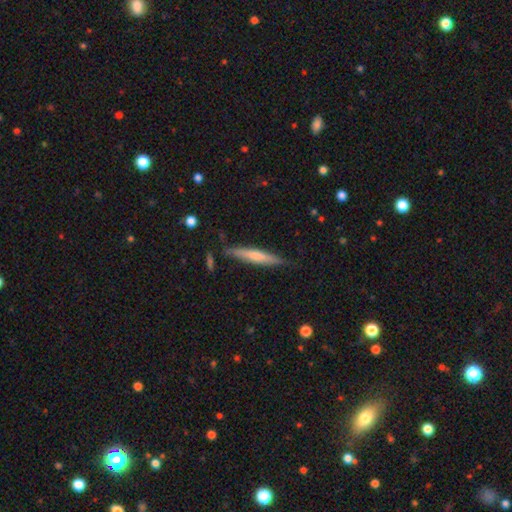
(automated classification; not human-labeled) Smooth or featured? Predicted: smooth (p=0.50). How rounded? Predicted: cigar-shaped (p=0.93). Merging? Predicted: none (p=0.83).